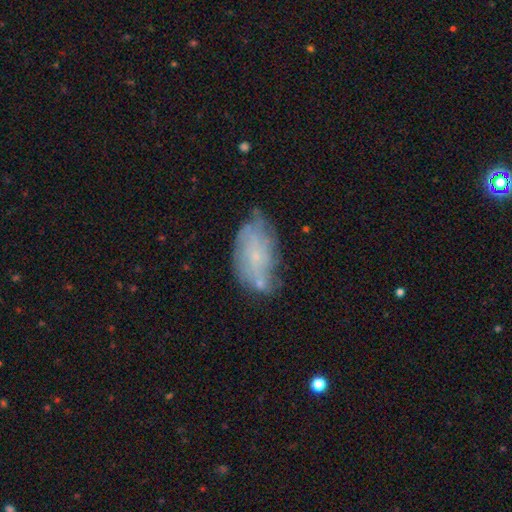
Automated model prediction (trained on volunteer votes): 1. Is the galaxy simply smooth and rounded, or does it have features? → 51% featured or disk, 39% smooth, 9% star or artifact.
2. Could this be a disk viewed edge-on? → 93% no, 7% yes.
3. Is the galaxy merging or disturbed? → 50% none, 30% minor disturbance, 12% major disturbance, 9% merger.